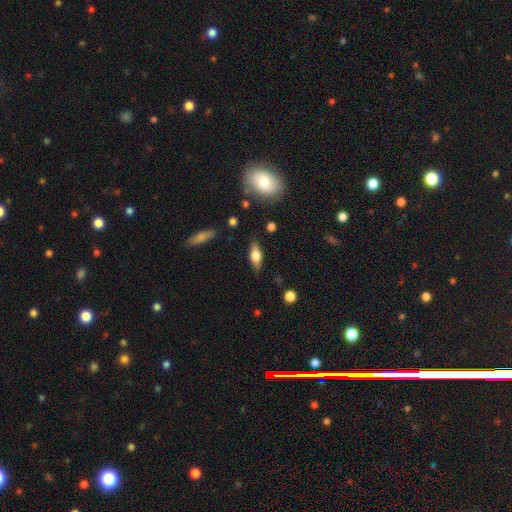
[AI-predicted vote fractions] Smooth or featured: smooth — 52% (featured or disk — 41%)
How rounded: in between — 66% (cigar-shaped — 30%)
Merging: none — 84% (minor disturbance — 12%)